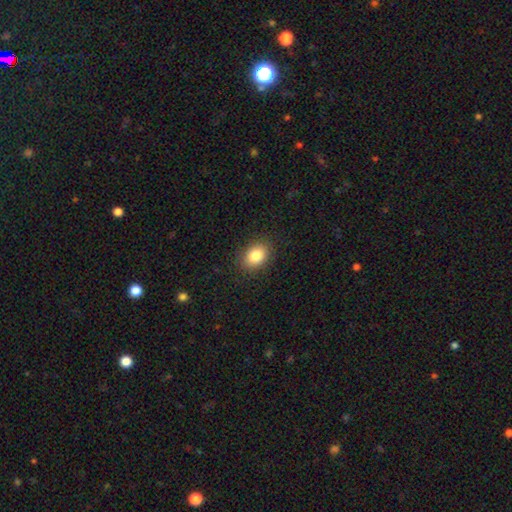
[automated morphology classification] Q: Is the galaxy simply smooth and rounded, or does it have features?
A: smooth — 84%.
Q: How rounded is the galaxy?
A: in between — 67%.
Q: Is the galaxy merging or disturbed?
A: none — 88%.